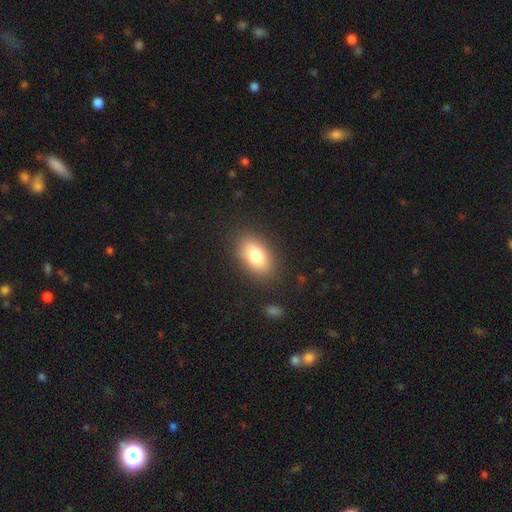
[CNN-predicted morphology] Q: Smooth or featured?
A: smooth (80%); runner-up: featured or disk (12%)
Q: How rounded?
A: in between (89%); runner-up: round (8%)
Q: Merging?
A: none (85%); runner-up: minor disturbance (10%)